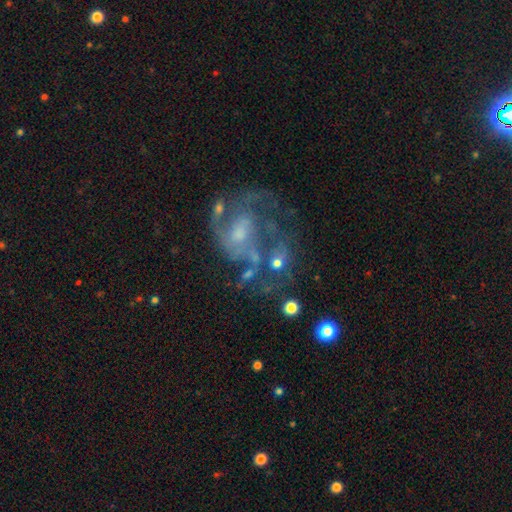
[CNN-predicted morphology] Smooth or featured? Predicted: featured or disk (p=0.74). Edge-on disk? Predicted: no (p=0.98). Bar? Predicted: no (p=0.61). Spiral arms? Predicted: yes (p=0.76). Spiral winding? Predicted: medium (p=0.45). Spiral arm count? Predicted: can't tell (p=0.32). Bulge size? Predicted: moderate (p=0.38). Merging? Predicted: none (p=0.41).